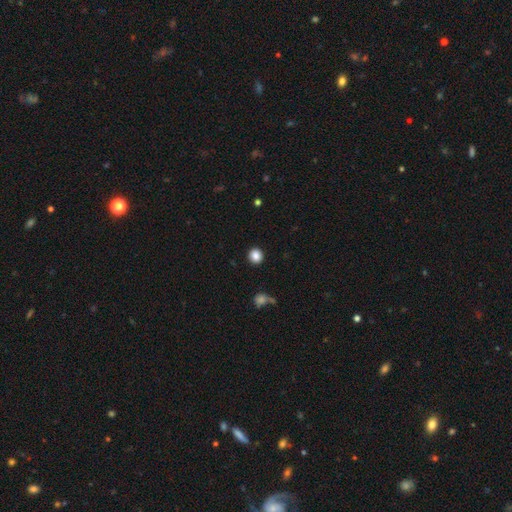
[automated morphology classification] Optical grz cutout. It shows a smooth galaxy with no disk features (87%) that is round (89%). Merging: none (91%).